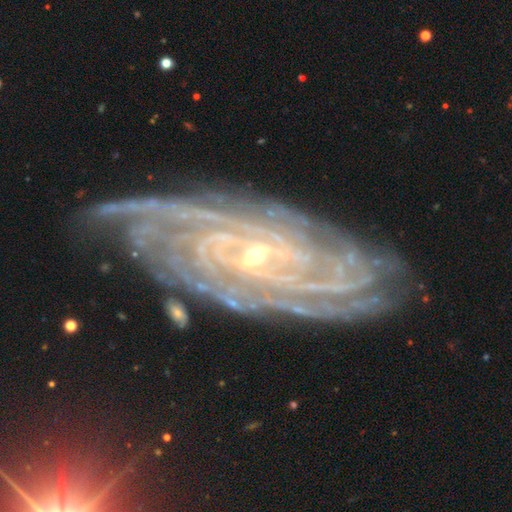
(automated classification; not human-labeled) This is clearly a featured or disk galaxy (90%). It is clearly not viewed edge-on (95%). Bar: possibly no (46%). Spiral arm pattern: clearly yes (99%). Spiral arm count: marginally more than 4 (31%). Spiral winding: clearly tight (84%). Central bulge: likely small (76%). Merging: likely none (77%).